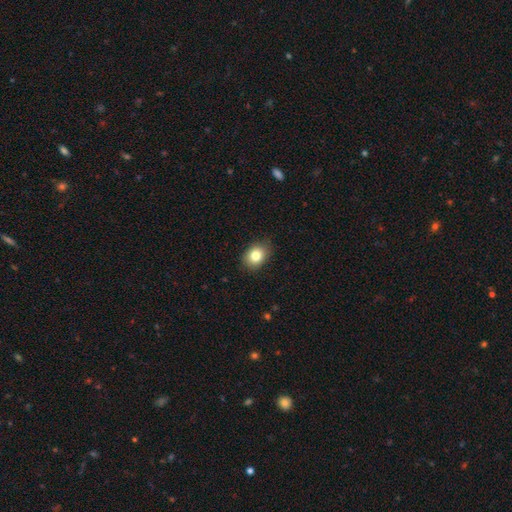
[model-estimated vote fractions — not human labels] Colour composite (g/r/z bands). It shows a smooth galaxy with no disk features (82%) that is in between round and cigar-shaped (59%). Merging: none (85%).